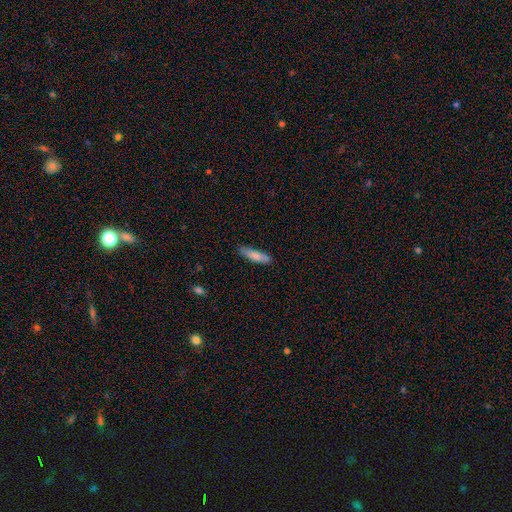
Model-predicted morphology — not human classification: This appears to be a smooth galaxy with no disk features (79%) that is cigar-shaped (69%). Merging: none (80%).